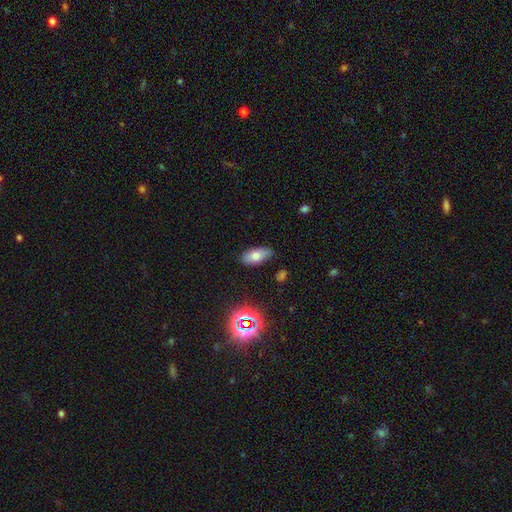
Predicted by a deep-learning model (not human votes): Smooth or featured: smooth — 72% (featured or disk — 15%)
How rounded: in between — 89% (cigar-shaped — 7%)
Merging: none — 84% (minor disturbance — 12%)